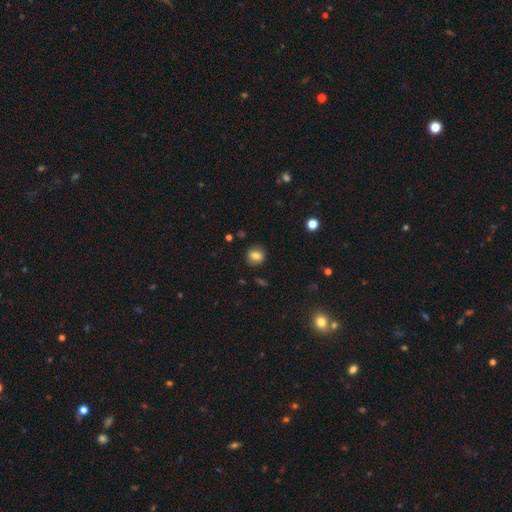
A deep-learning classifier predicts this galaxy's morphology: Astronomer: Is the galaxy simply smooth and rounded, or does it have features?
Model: smooth — 80%.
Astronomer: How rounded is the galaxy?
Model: round — 78%.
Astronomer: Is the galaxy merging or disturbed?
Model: none — 87%.